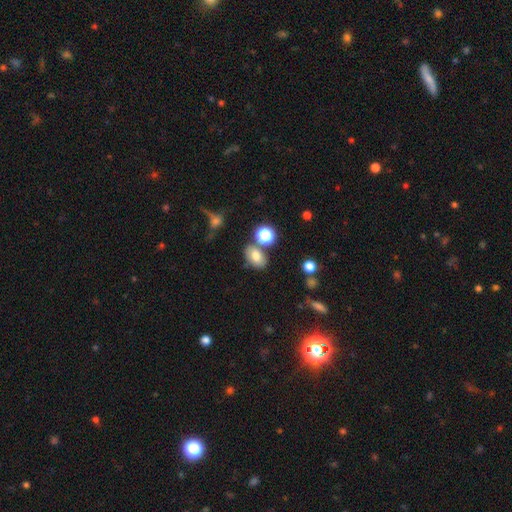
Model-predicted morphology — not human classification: smooth 73%, star or artifact 14%, featured or disk 12%. Down the decision tree: how rounded — in between (77%); merging — none (69%).